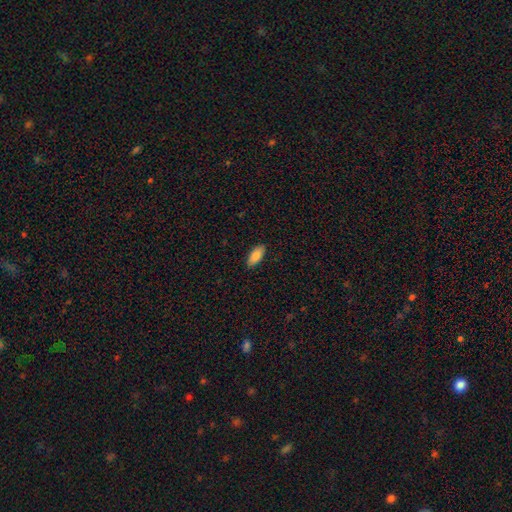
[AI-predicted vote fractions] Smooth or featured? Predicted: smooth (p=0.84). How rounded? Predicted: in between (p=0.88). Merging? Predicted: none (p=0.89).